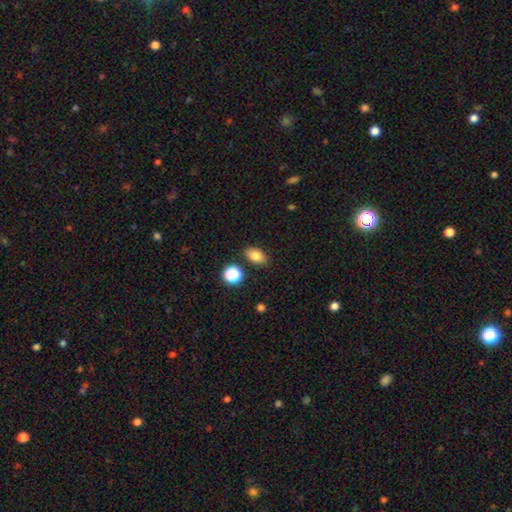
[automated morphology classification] smooth 80%, star or artifact 12%, featured or disk 8%. Down the decision tree: how rounded — in between (83%); merging — none (84%).